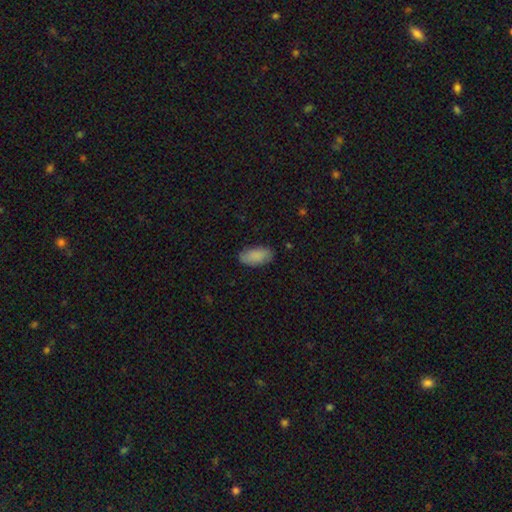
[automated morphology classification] smooth_or_featured: smooth (p=0.87) [alt: featured or disk p=0.06]
how_rounded: in between (p=0.93) [alt: cigar-shaped p=0.04]
merging: none (p=0.82) [alt: minor disturbance p=0.14]